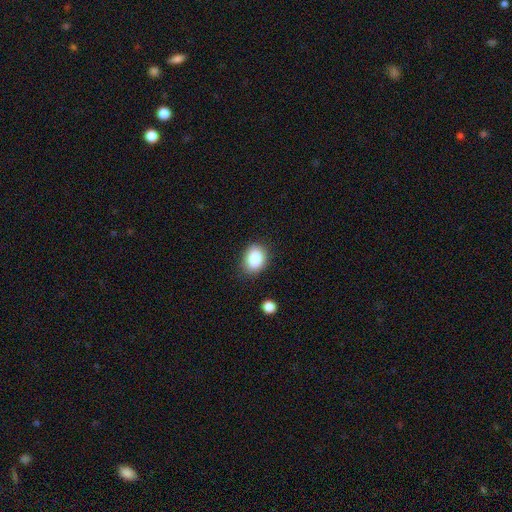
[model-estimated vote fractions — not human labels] Smooth or featured?
  - smooth: 86% *
  - star or artifact: 9%
  - featured or disk: 6%
How rounded?
  - in between: 64% *
  - round: 35%
  - cigar-shaped: 1%
Merging?
  - none: 82% *
  - minor disturbance: 13%
  - major disturbance: 3%
  - merger: 2%